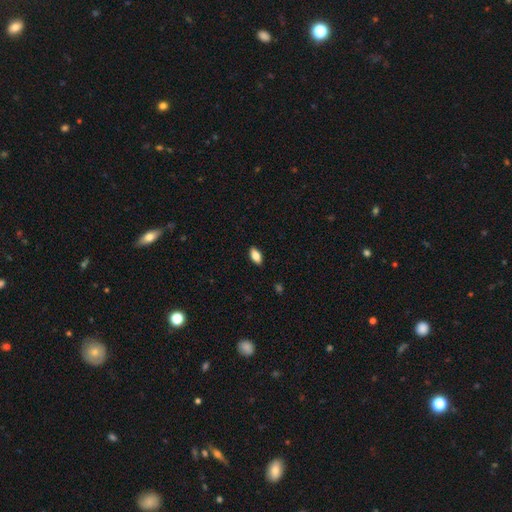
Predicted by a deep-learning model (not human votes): Q: Smooth or featured?
A: smooth (81%); runner-up: featured or disk (11%)
Q: How rounded?
A: in between (89%); runner-up: cigar-shaped (8%)
Q: Merging?
A: none (89%); runner-up: minor disturbance (8%)